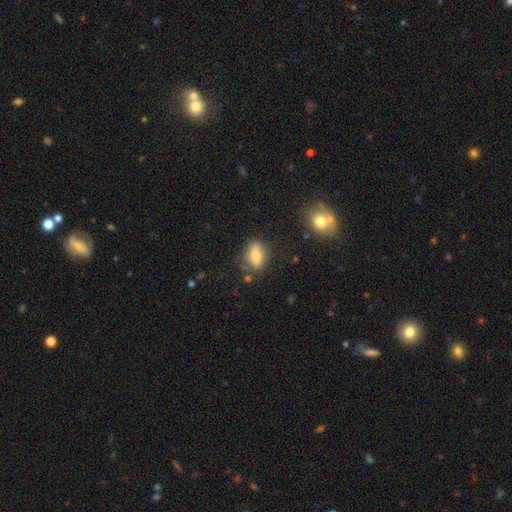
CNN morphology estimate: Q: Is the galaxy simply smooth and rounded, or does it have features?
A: smooth — 76%.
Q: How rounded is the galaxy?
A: in between — 78%.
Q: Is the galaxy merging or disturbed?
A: none — 74%.